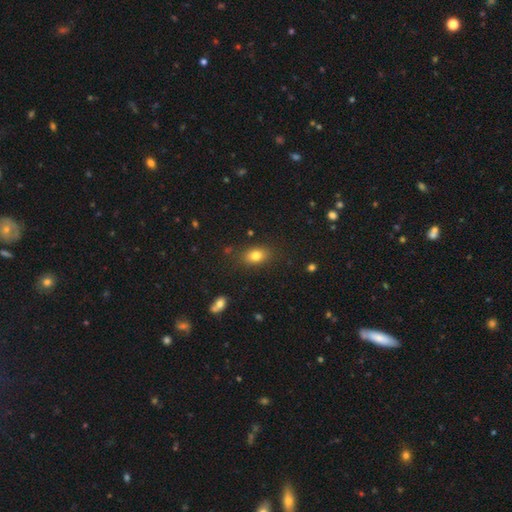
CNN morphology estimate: Q: Smooth or featured?
A: smooth (80%); runner-up: star or artifact (11%)
Q: How rounded?
A: in between (77%); runner-up: round (21%)
Q: Merging?
A: none (84%); runner-up: minor disturbance (11%)